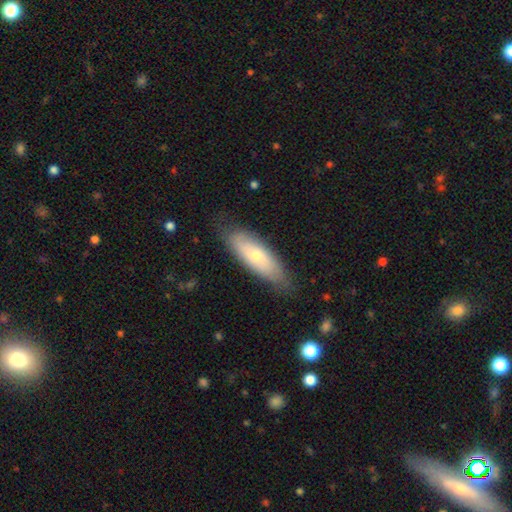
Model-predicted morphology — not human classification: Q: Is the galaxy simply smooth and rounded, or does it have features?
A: smooth — 54%.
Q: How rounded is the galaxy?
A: in between — 62%.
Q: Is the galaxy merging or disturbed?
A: none — 77%.